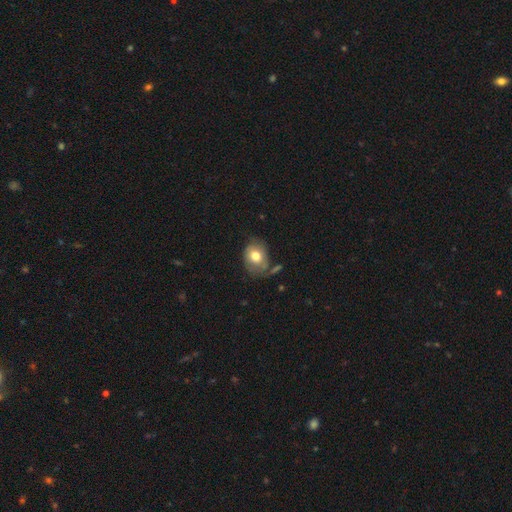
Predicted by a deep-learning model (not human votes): Overall: smooth (71%). How rounded: in between (54%; round 45%). Merging: none (52%; minor disturbance 27%).